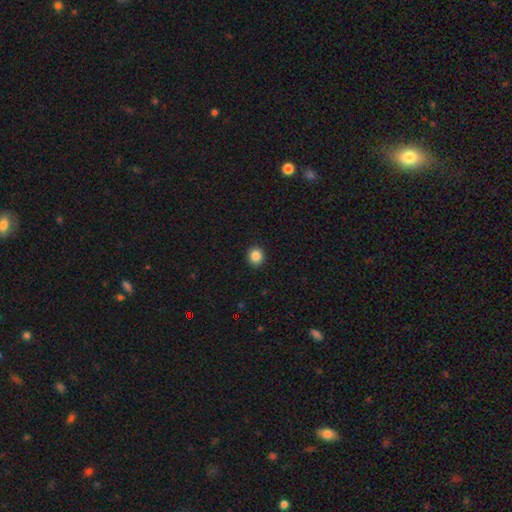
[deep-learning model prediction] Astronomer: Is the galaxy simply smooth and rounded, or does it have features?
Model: smooth — 86%.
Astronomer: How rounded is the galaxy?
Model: round — 87%.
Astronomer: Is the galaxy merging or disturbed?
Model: none — 92%.